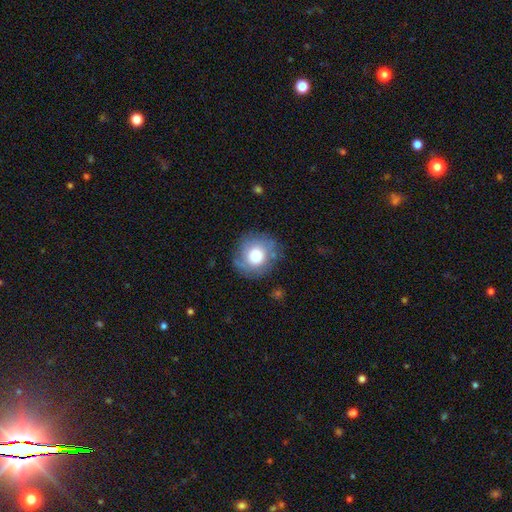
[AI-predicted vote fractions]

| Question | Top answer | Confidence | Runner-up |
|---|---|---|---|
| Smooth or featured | smooth | 66% | featured or disk (25%) |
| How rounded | round | 88% | in between (11%) |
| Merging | none | 76% | minor disturbance (17%) |